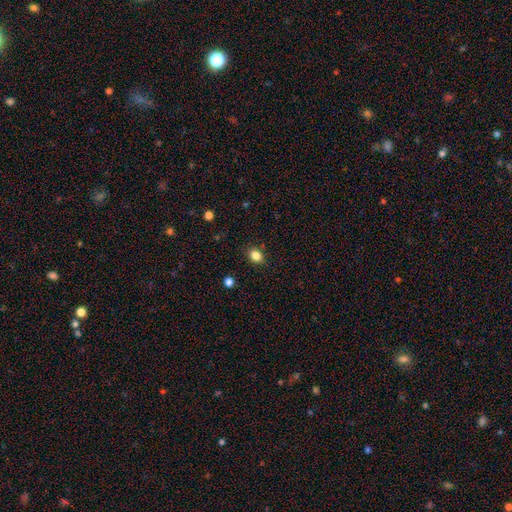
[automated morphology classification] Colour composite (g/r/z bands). It shows a smooth galaxy with no disk features (84%) that is in between round and cigar-shaped (60%). Merging: none (86%).